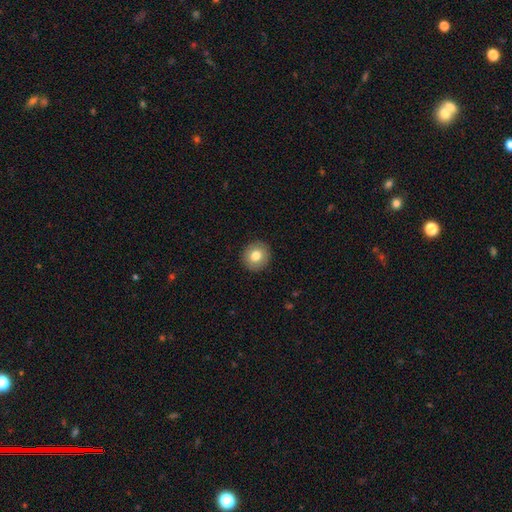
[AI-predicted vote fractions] This is likely a smooth galaxy (79%). How rounded: clearly round (91%). Merging: clearly none (92%).